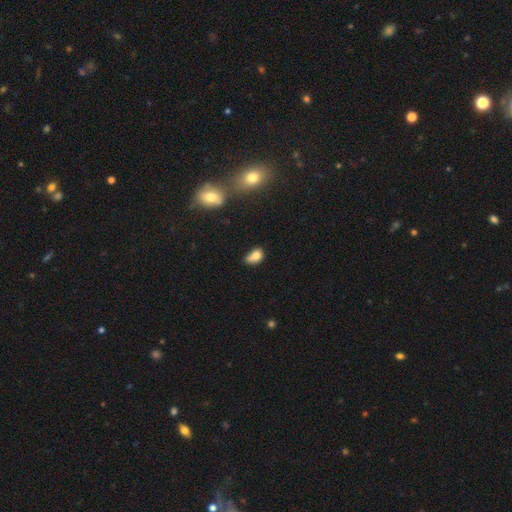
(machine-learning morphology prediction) This appears to be a smooth galaxy with no disk features (75%) that is in between round and cigar-shaped (80%). Merging: none (36%).